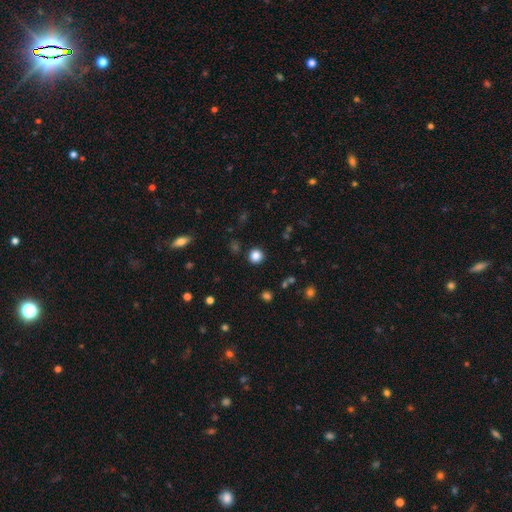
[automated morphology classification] Smooth or featured?
  - smooth: 84% *
  - star or artifact: 12%
  - featured or disk: 4%
How rounded?
  - round: 94% *
  - in between: 6%
  - cigar-shaped: 1%
Merging?
  - none: 91% *
  - minor disturbance: 5%
  - major disturbance: 2%
  - merger: 2%